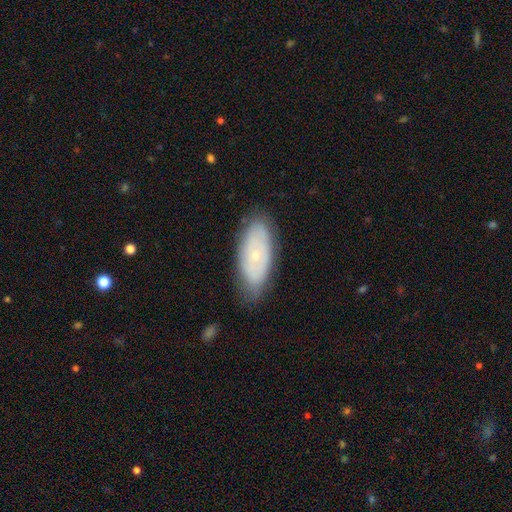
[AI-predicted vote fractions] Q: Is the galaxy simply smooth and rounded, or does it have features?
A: featured or disk — 52%.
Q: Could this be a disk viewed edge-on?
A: no — 87%.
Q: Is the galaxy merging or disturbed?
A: none — 77%.